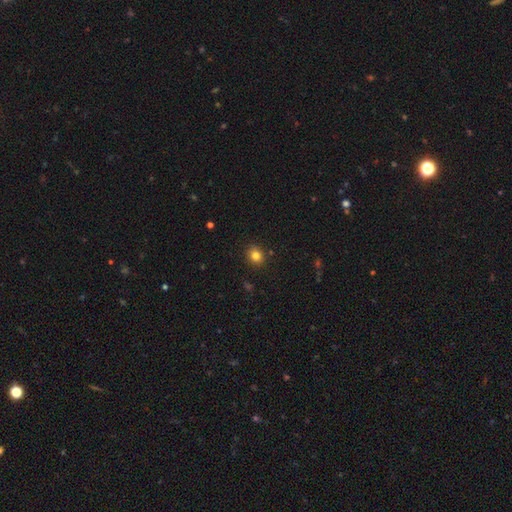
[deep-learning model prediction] The model was most divided on "how rounded": round: 75%, in between: 24%, cigar-shaped: 1%. More confident: merging — none (89%); smooth or featured — smooth (82%).